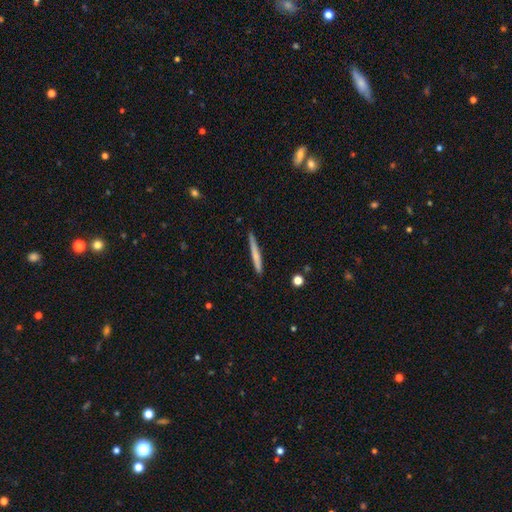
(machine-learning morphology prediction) smooth 63%, featured or disk 31%, star or artifact 6%. Down the decision tree: how rounded — cigar-shaped (96%); merging — none (85%).